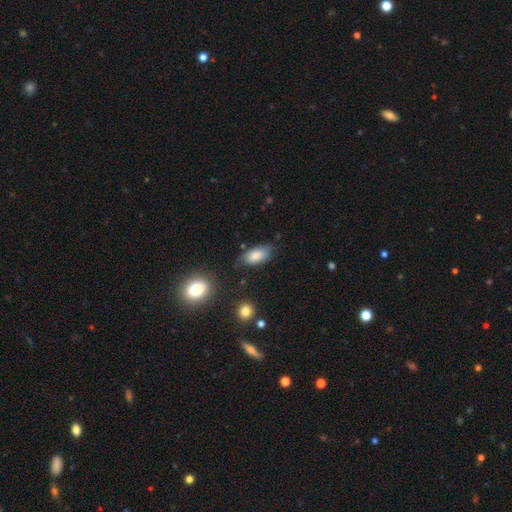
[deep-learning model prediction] This appears to be a smooth galaxy with no disk features (82%) that is in between round and cigar-shaped (91%). Merging: none (66%).